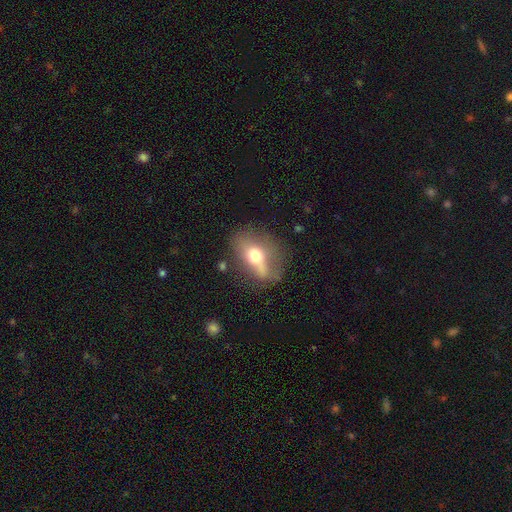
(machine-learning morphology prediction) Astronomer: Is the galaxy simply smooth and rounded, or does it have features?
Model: smooth — 47% (runner-up: featured or disk, 43%).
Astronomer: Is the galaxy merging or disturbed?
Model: none — 57%.